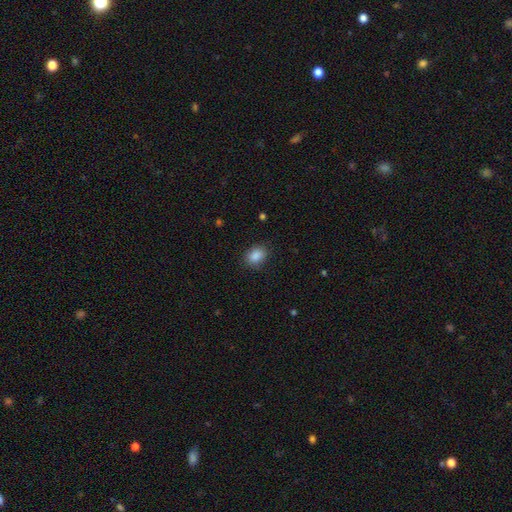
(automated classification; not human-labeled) Smooth or featured? Predicted: smooth (p=0.87). How rounded? Predicted: in between (p=0.60). Merging? Predicted: none (p=0.83).